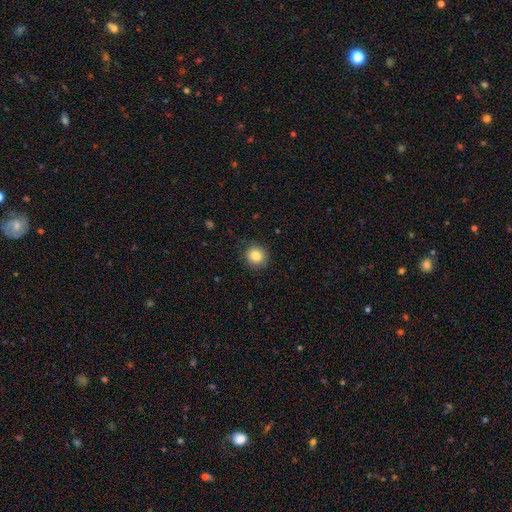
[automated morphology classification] Overall: smooth (83%). How rounded: round (87%). Merging: none (87%).